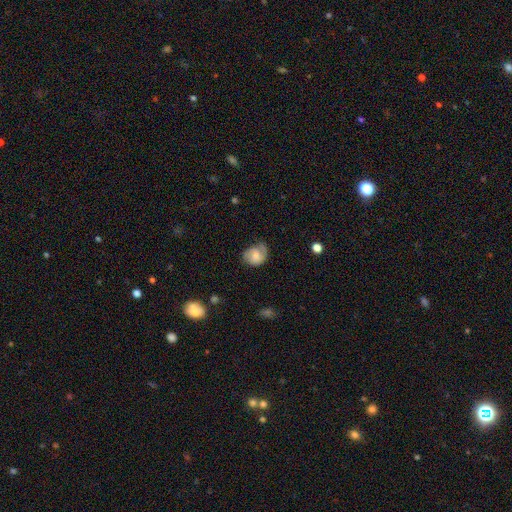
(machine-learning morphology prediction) The model was most divided on "how rounded": in between: 50%, round: 49%, cigar-shaped: 1%. Remaining: smooth or featured — smooth (57%); merging — none (49%).